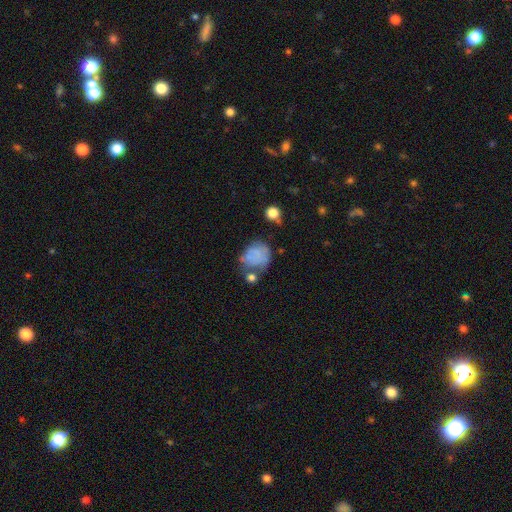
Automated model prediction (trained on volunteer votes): The model was most divided on "merging": none: 38%, minor disturbance: 27%, major disturbance: 21%, merger: 13%. More confident: smooth or featured — smooth (64%); how rounded — round (59%).